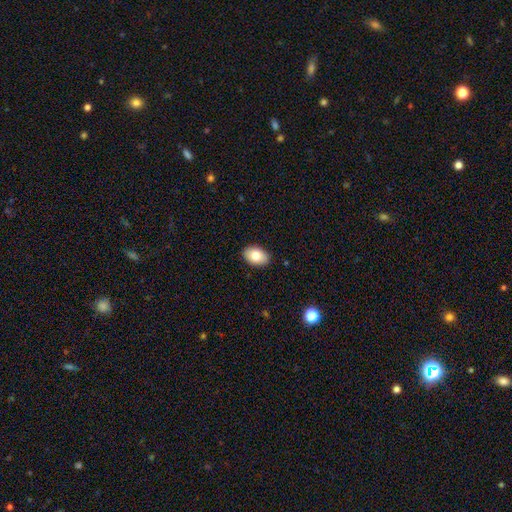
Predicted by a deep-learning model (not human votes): Smooth or featured? Predicted: smooth (p=0.80). How rounded? Predicted: in between (p=0.88). Merging? Predicted: none (p=0.88).